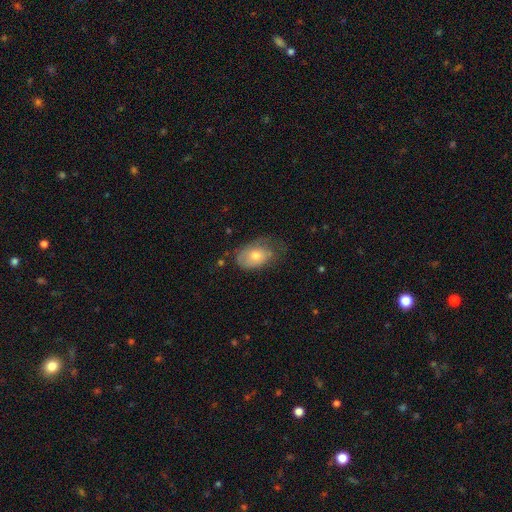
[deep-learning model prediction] smooth_or_featured: smooth (p=0.59) [alt: featured or disk p=0.33]
how_rounded: in between (p=0.84) [alt: round p=0.14]
merging: none (p=0.45) [alt: minor disturbance p=0.35]